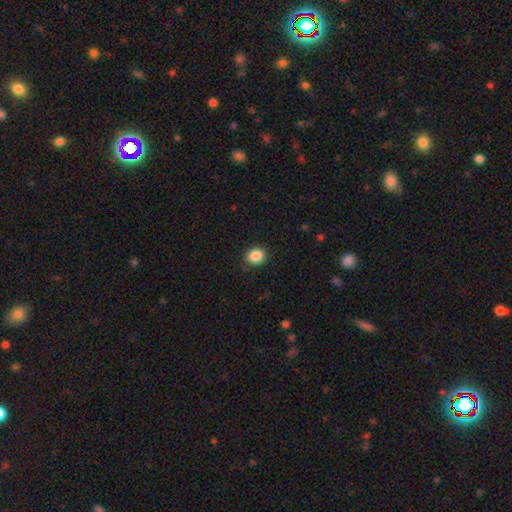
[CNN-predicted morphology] Smooth or featured? smooth (88%)
How rounded? round (59%)
Merging? none (88%)